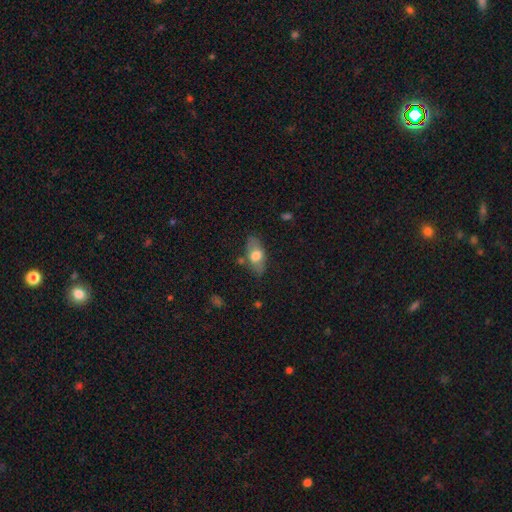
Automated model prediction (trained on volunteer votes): Smooth or featured?
  - smooth: 64% *
  - featured or disk: 29%
  - star or artifact: 7%
How rounded?
  - in between: 87% *
  - cigar-shaped: 7%
  - round: 6%
Merging?
  - none: 73% *
  - minor disturbance: 19%
  - major disturbance: 5%
  - merger: 4%